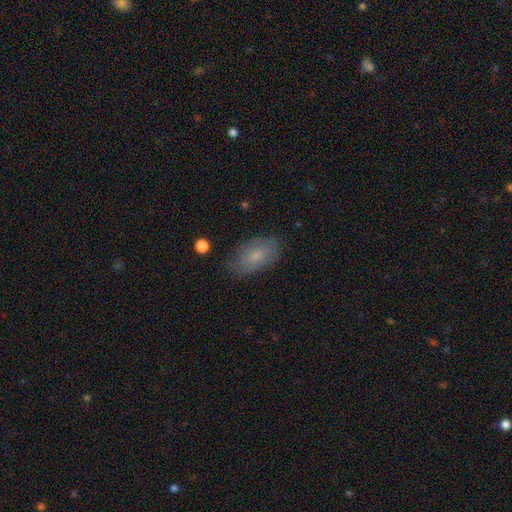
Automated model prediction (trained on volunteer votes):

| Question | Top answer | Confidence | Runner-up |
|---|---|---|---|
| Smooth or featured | smooth | 73% | featured or disk (19%) |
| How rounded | in between | 92% | round (5%) |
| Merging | none | 78% | minor disturbance (16%) |